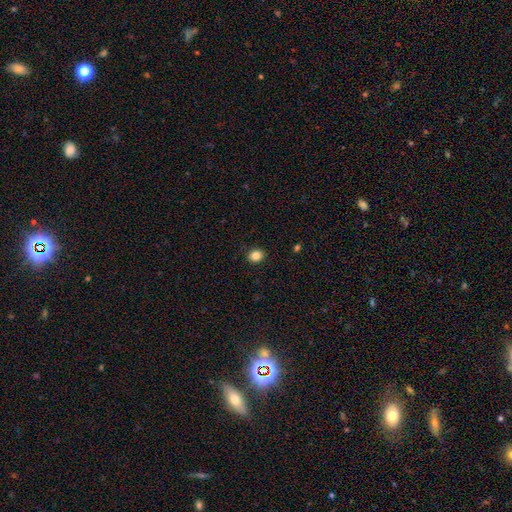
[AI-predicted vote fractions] Overall: smooth (85%). How rounded: round (64%; in between 35%). Merging: none (90%).